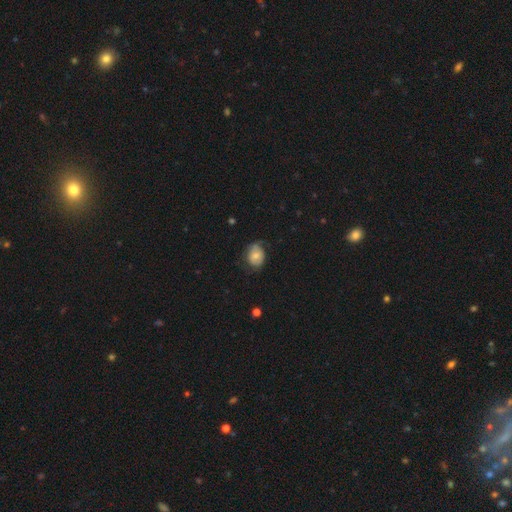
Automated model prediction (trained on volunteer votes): This appears to be a smooth galaxy with no disk features (63%) that is in between round and cigar-shaped (57%). Merging: none (56%).